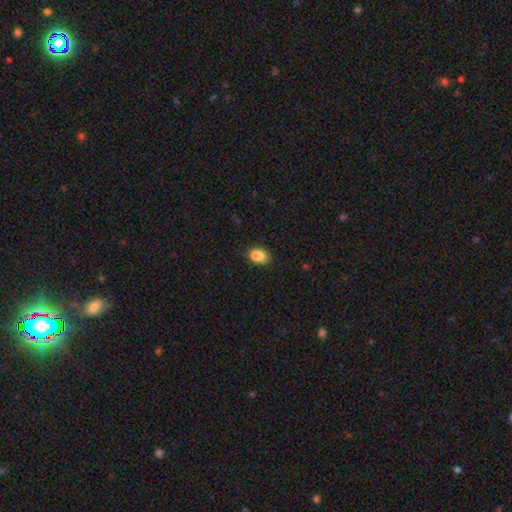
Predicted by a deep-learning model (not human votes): A smooth galaxy with no disk features (85%) that is in between round and cigar-shaped (78%).

Vote fractions:
- Smooth or featured? smooth: 85% / star or artifact: 10% / featured or disk: 6%
- How rounded? in between: 78% / round: 21% / cigar-shaped: 2%
- Merging? none: 68% / minor disturbance: 22% / merger: 6% / major disturbance: 4%